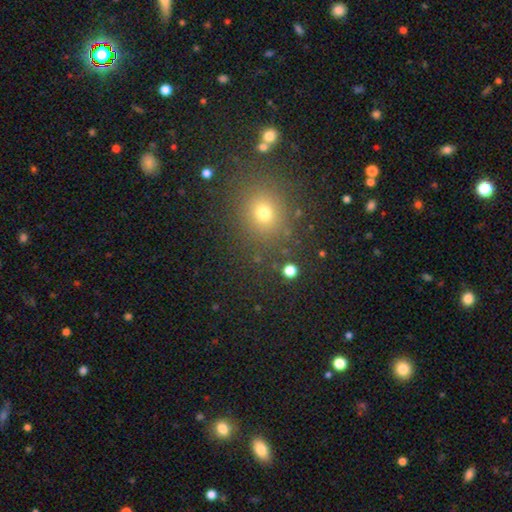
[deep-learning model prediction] This is possibly a smooth galaxy (55%). How rounded: likely round (77%). Merging: clearly none (86%).